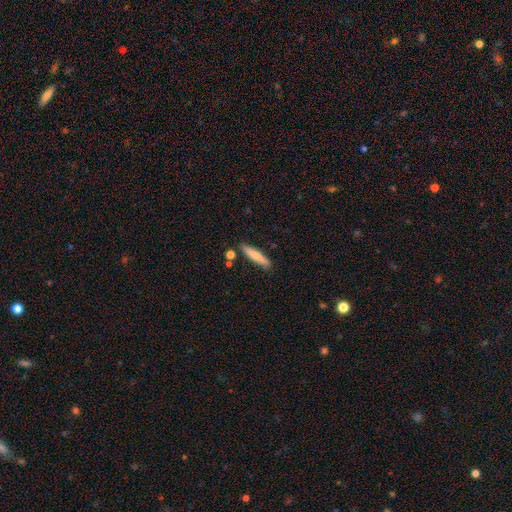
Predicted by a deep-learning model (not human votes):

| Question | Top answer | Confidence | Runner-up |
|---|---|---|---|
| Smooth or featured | smooth | 74% | featured or disk (20%) |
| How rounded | cigar-shaped | 83% | in between (15%) |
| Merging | none | 82% | minor disturbance (11%) |